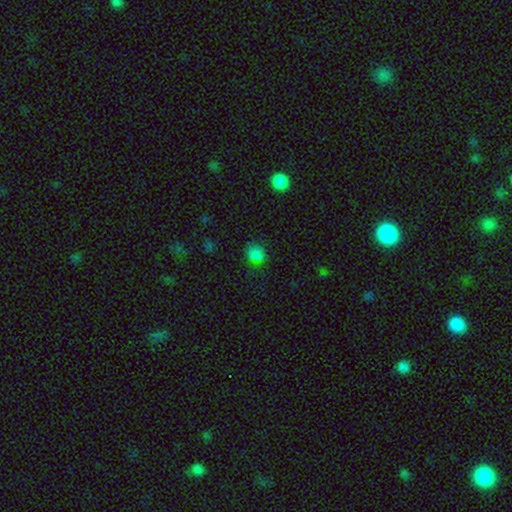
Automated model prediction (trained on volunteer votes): smooth-or-featured: smooth: 78% | star or artifact: 18% | featured or disk: 4%
  how-rounded: round: 72% | in between: 27% | cigar-shaped: 1%
  merging: none: 72% | minor disturbance: 20% | major disturbance: 6% | merger: 2%